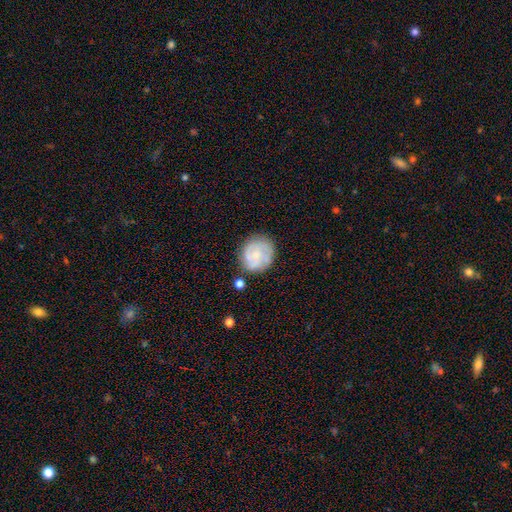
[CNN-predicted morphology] Smooth or featured? Predicted: featured or disk (p=0.50). Merging? Predicted: none (p=0.71).